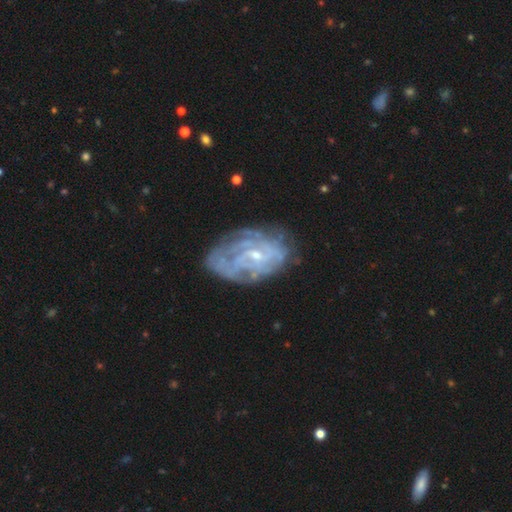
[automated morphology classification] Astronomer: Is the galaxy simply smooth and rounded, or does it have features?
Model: featured or disk — 81%.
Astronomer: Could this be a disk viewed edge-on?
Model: no — 96%.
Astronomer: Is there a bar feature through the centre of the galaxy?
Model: no — 53% (runner-up: weak, 38%).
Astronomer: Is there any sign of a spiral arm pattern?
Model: yes — 84%.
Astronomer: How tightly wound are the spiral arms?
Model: tight — 63%.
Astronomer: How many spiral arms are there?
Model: can't tell — 51%.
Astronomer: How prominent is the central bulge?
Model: small — 73%.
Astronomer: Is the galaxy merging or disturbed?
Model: none — 62%.